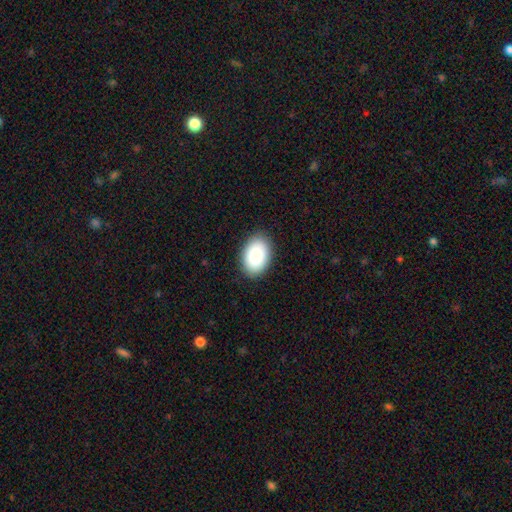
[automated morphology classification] The model was most divided on "how rounded": in between: 89%, round: 10%, cigar-shaped: 1%. More confident: smooth or featured — smooth (88%); merging — none (88%).